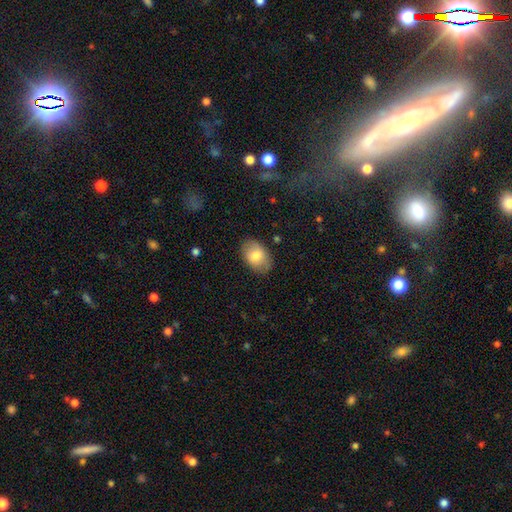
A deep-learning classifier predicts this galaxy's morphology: A smooth galaxy with no disk features (78%) that is in between round and cigar-shaped (86%).

Vote fractions:
- Smooth or featured? smooth: 78% / featured or disk: 16% / star or artifact: 7%
- How rounded? in between: 86% / round: 13% / cigar-shaped: 1%
- Merging? none: 84% / minor disturbance: 12% / major disturbance: 3% / merger: 1%